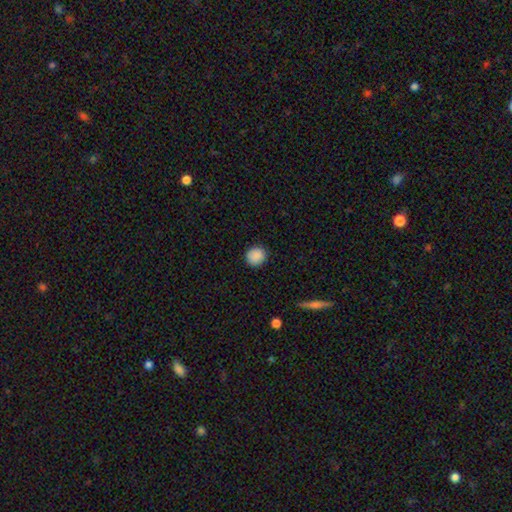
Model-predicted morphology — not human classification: smooth 89%, star or artifact 9%, featured or disk 2%. Down the decision tree: how rounded — round (92%); merging — none (91%).